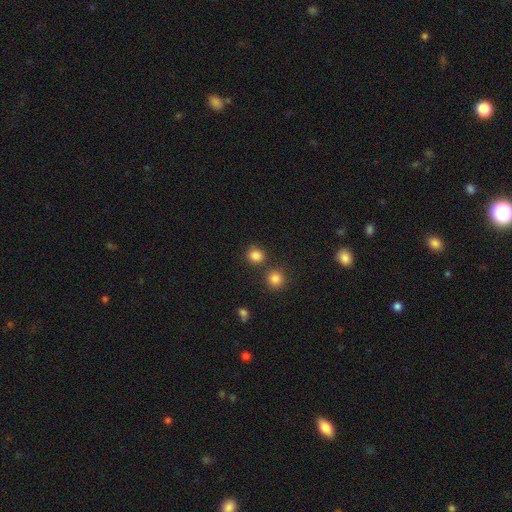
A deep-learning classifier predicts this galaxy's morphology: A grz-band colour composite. It shows a smooth galaxy with no disk features (84%) that is round (78%). Merging: none (76%).